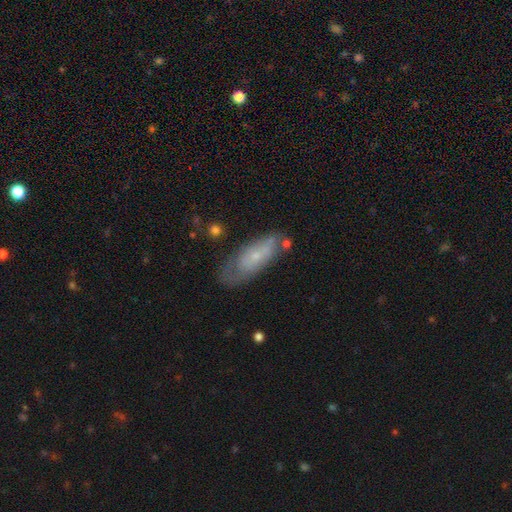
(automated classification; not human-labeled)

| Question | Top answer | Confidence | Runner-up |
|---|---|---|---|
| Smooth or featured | smooth | 46% | tied: featured or disk (46%) |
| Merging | none | 62% | minor disturbance (24%) |